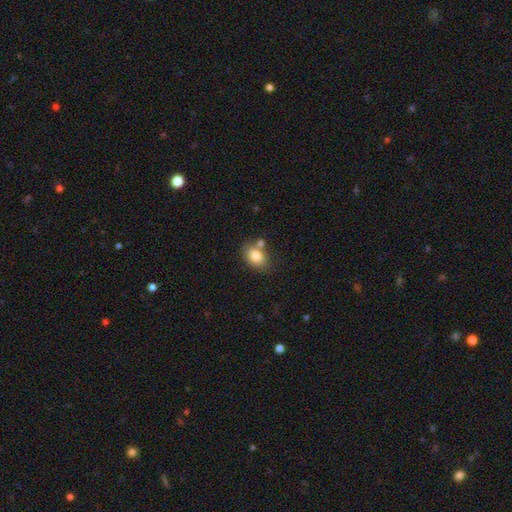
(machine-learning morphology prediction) type=smooth (82%); roundness=in between (75%); merging=none (60%).